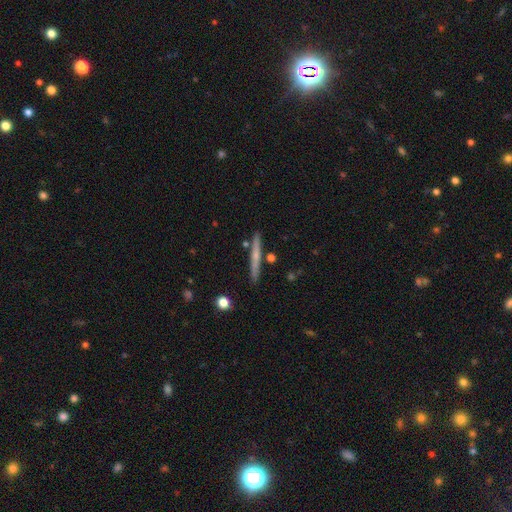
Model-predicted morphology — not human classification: Smooth or featured?
  - featured or disk: 51% *
  - smooth: 43%
  - star or artifact: 6%
Edge-on disk?
  - yes: 97% *
  - no: 3%
Merging?
  - none: 88% *
  - minor disturbance: 8%
  - merger: 3%
  - major disturbance: 2%